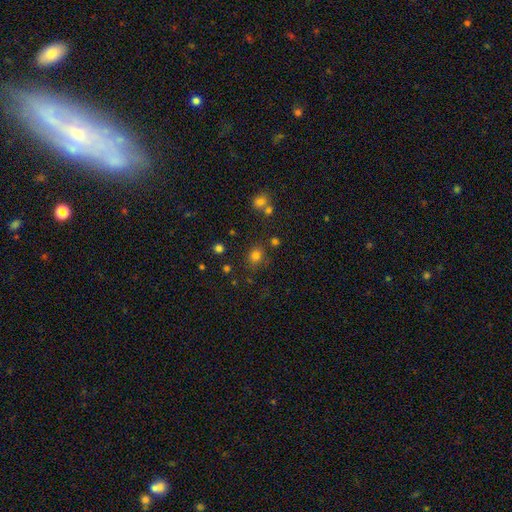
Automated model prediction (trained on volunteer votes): Smooth or featured? smooth (74%)
How rounded? round (64%)
Merging? none (73%)